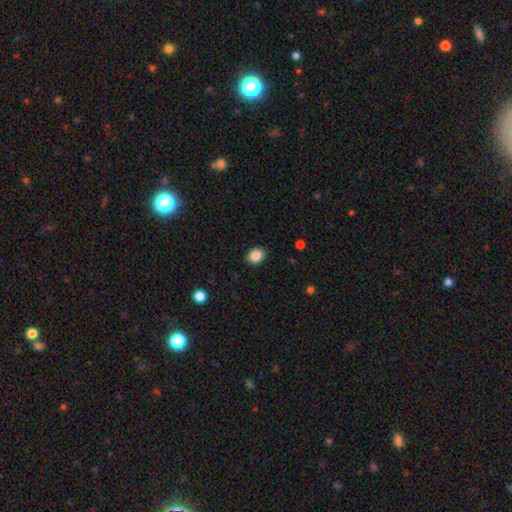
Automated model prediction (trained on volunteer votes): smooth_or_featured: smooth (p=0.88) [alt: star or artifact p=0.09]
how_rounded: in between (p=0.60) [alt: round p=0.39]
merging: none (p=0.89) [alt: minor disturbance p=0.08]